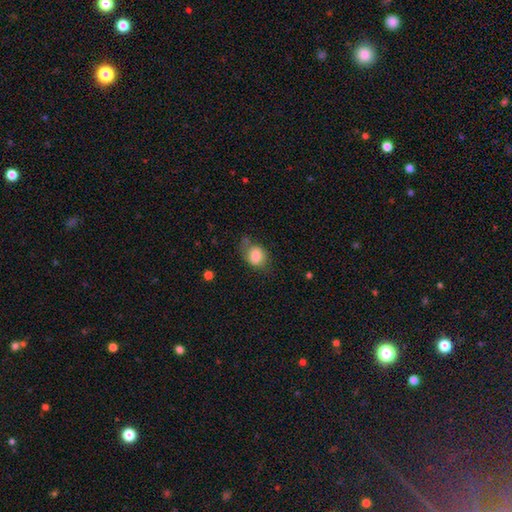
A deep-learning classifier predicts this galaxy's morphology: A smooth galaxy with no disk features (78%) that is in between round and cigar-shaped (57%). Merging: none (51%).